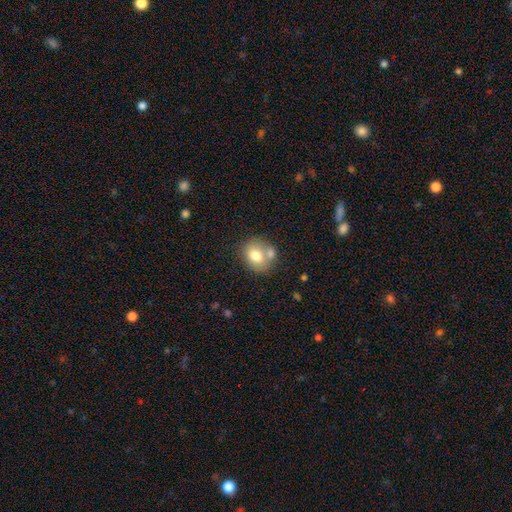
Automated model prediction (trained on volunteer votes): Q: Smooth or featured?
A: smooth (74%); runner-up: featured or disk (17%)
Q: How rounded?
A: round (63%); runner-up: in between (36%)
Q: Merging?
A: none (53%); runner-up: merger (30%)